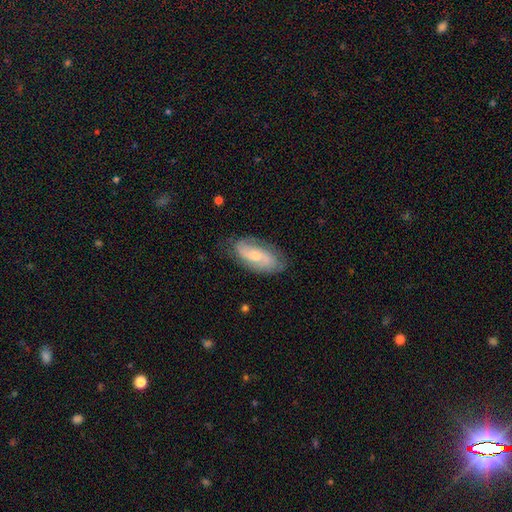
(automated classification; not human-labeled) This is likely a featured or disk galaxy (66%). It is clearly not viewed edge-on (93%). Bar: possibly no (58%). Spiral arm pattern: clearly yes (90%). Spiral arm count: likely 2 (74%). Spiral winding: marginally medium (42%). Central bulge: possibly small (47%). Merging: likely none (74%).